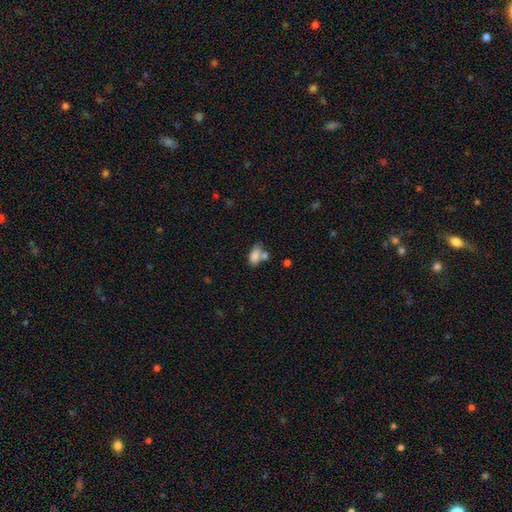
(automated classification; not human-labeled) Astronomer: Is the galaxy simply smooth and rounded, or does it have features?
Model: smooth — 81%.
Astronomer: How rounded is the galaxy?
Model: in between — 90%.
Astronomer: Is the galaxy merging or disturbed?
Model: none — 39% (runner-up: merger, 37%).